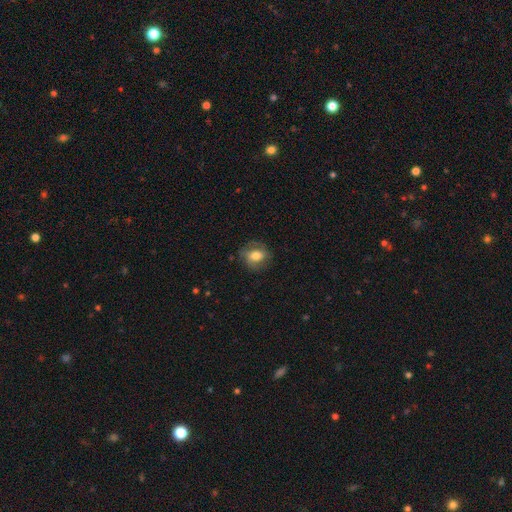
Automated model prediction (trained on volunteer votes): Smooth or featured: smooth — 65% (featured or disk — 26%)
How rounded: round — 53% (in between — 45%)
Merging: none — 72% (minor disturbance — 19%)